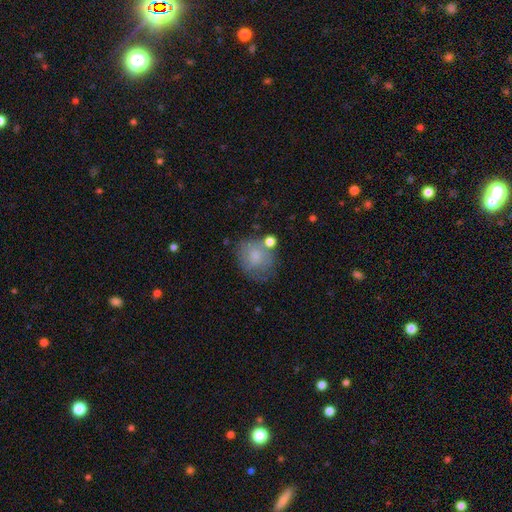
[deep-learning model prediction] smooth_or_featured: smooth (p=0.74) [alt: featured or disk p=0.17]
how_rounded: round (p=0.71) [alt: in between p=0.28]
merging: none (p=0.54) [alt: minor disturbance p=0.23]